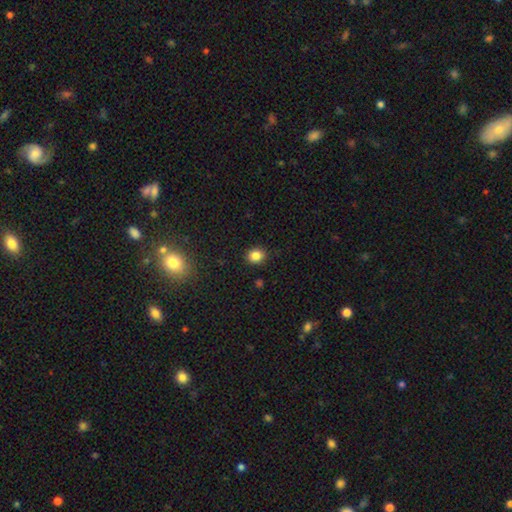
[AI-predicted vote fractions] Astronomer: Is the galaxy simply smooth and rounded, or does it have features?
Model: smooth — 83%.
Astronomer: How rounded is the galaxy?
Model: round — 70%.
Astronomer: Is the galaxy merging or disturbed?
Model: none — 89%.